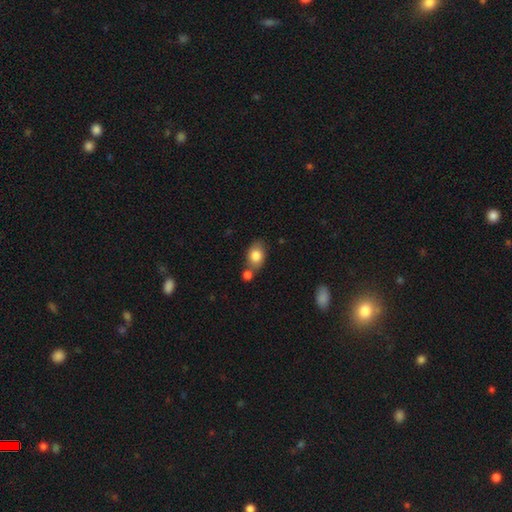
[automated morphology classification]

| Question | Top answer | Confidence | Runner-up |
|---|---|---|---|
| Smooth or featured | smooth | 81% | featured or disk (11%) |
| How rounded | in between | 76% | round (22%) |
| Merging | none | 58% | merger (23%) |